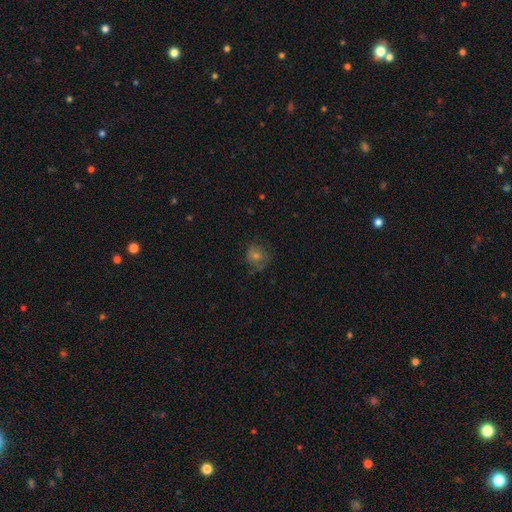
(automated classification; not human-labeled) Smooth or featured?
  - smooth: 52% *
  - featured or disk: 27%
  - star or artifact: 21%
How rounded?
  - round: 83% *
  - in between: 16%
  - cigar-shaped: 1%
Merging?
  - none: 71% *
  - minor disturbance: 18%
  - major disturbance: 9%
  - merger: 2%